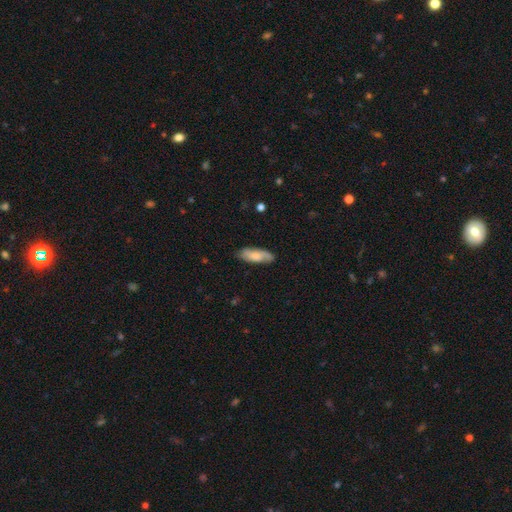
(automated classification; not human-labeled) smooth 65%, featured or disk 29%, star or artifact 6%. Down the decision tree: how rounded — in between (66%); merging — none (80%).